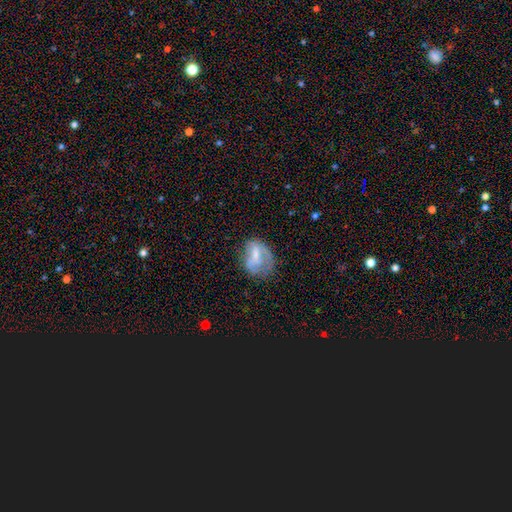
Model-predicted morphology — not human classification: A smooth galaxy with no disk features (47%). Merging: none (42%).